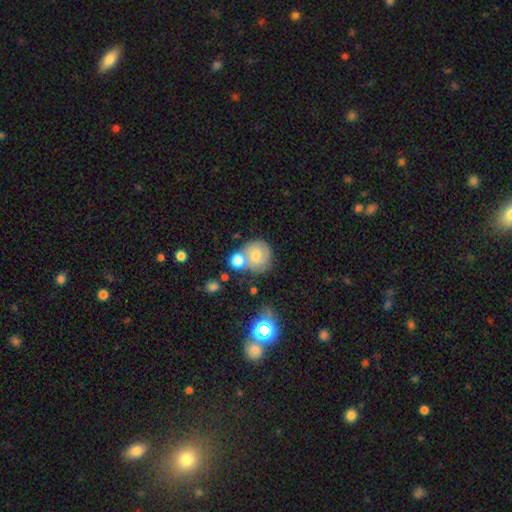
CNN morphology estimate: A smooth galaxy with no disk features (63%) that is round (83%).

Vote fractions:
- Smooth or featured? smooth: 63% / featured or disk: 26% / star or artifact: 11%
- How rounded? round: 83% / in between: 16% / cigar-shaped: 1%
- Merging? none: 46% / merger: 32% / minor disturbance: 15% / major disturbance: 7%